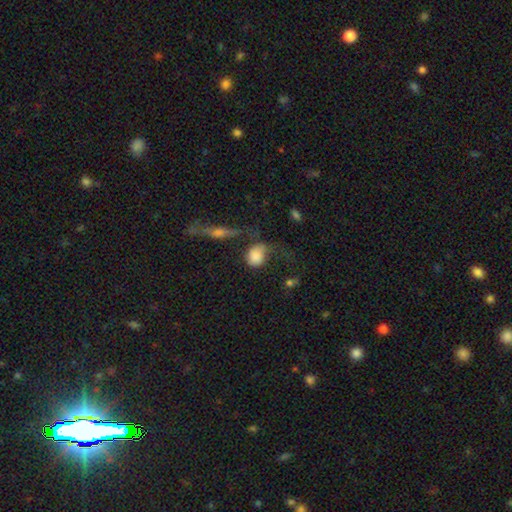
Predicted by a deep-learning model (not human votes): Smooth or featured?
  - smooth: 74% *
  - featured or disk: 17%
  - star or artifact: 9%
How rounded?
  - round: 56% *
  - in between: 41%
  - cigar-shaped: 3%
Merging?
  - major disturbance: 33% *
  - none: 29%
  - minor disturbance: 25%
  - merger: 13%